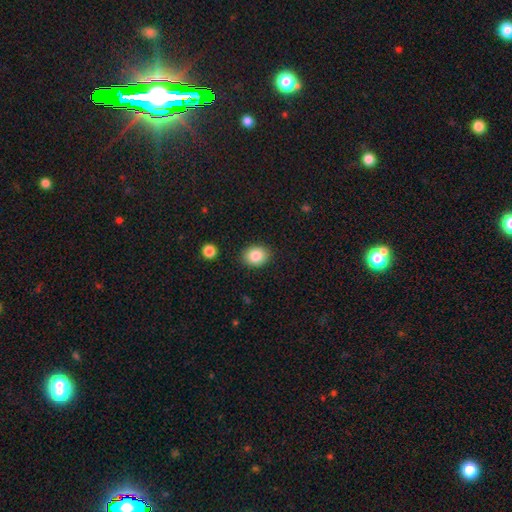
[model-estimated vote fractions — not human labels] Smooth or featured: smooth — 85% (star or artifact — 9%)
How rounded: round — 53% (in between — 46%)
Merging: none — 89% (minor disturbance — 8%)